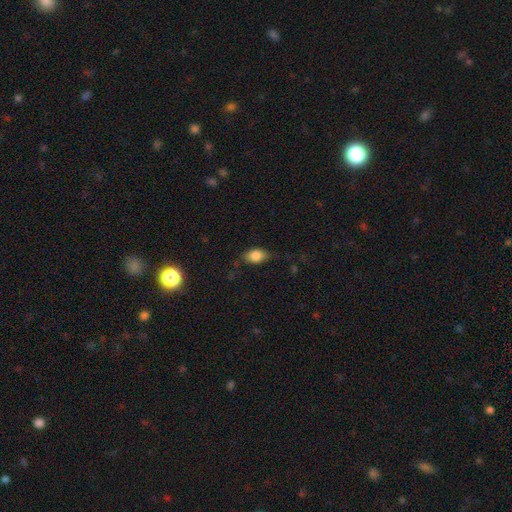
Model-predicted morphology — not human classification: A smooth galaxy with no disk features (79%) that is in between round and cigar-shaped (81%).

Vote fractions:
- Smooth or featured? smooth: 79% / featured or disk: 12% / star or artifact: 9%
- How rounded? in between: 81% / round: 15% / cigar-shaped: 3%
- Merging? none: 64% / minor disturbance: 25% / major disturbance: 9% / merger: 2%